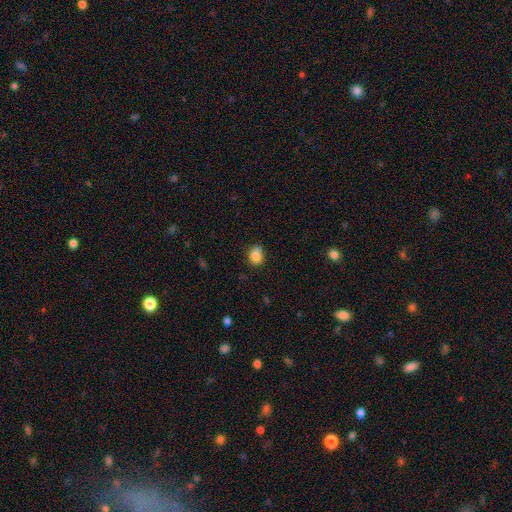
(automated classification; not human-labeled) smooth-or-featured: smooth: 84% | star or artifact: 10% | featured or disk: 6%
  how-rounded: in between: 53% | round: 46% | cigar-shaped: 1%
  merging: none: 63% | minor disturbance: 28% | major disturbance: 5% | merger: 4%